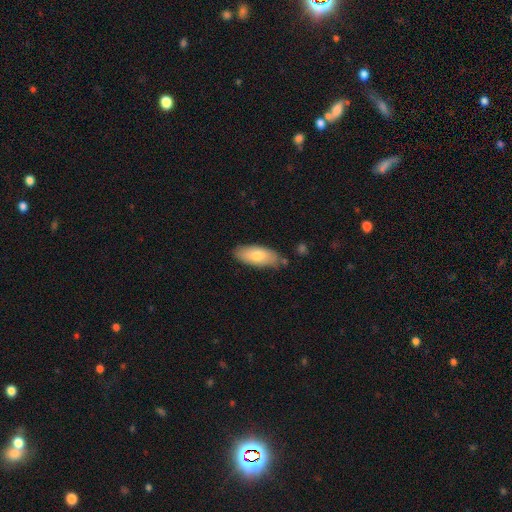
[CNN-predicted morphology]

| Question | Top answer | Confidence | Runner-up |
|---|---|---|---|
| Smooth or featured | smooth | 74% | featured or disk (19%) |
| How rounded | in between | 84% | cigar-shaped (14%) |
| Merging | none | 78% | minor disturbance (16%) |